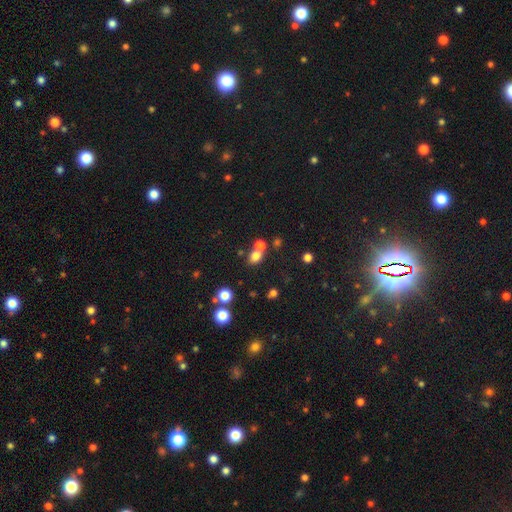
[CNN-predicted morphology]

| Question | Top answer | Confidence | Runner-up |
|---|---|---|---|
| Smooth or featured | smooth | 75% | star or artifact (17%) |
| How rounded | round | 57% | in between (41%) |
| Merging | none | 52% | merger (35%) |